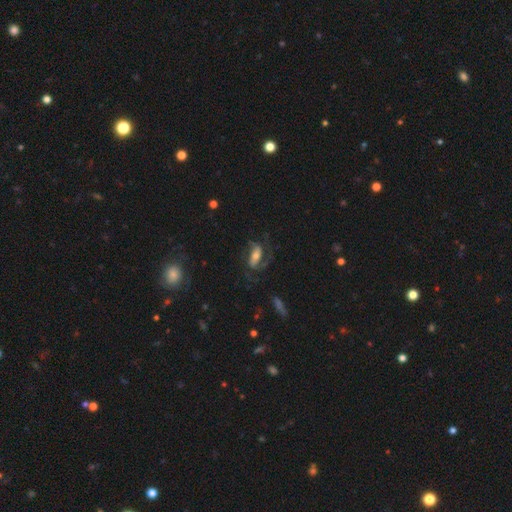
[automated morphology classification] Smooth or featured? featured or disk (73%)
Edge-on disk? no (94%)
Bar? strong (37%)
Spiral arms? yes (92%)
Spiral winding? medium (49%)
Spiral arm count? 2 (82%)
Bulge size? moderate (47%)
Merging? none (59%)